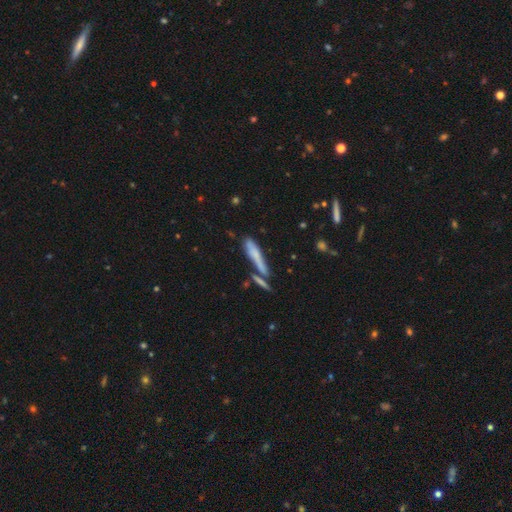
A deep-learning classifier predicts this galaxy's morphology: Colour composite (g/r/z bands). It shows a smooth galaxy with no disk features (61%) that is cigar-shaped (84%). Merging: none (56%).